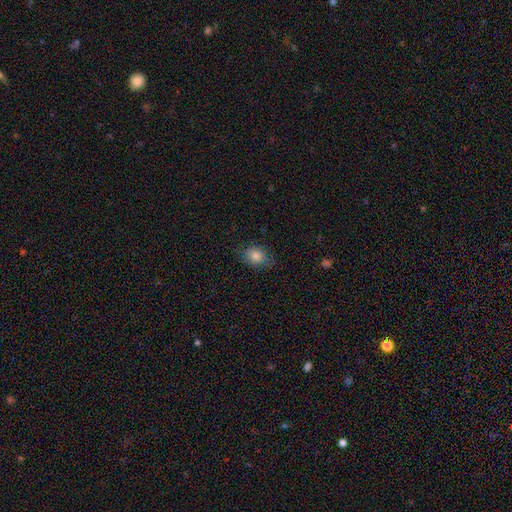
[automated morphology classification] Smooth or featured?
  - smooth: 80% *
  - star or artifact: 11%
  - featured or disk: 9%
How rounded?
  - in between: 55% *
  - round: 44%
  - cigar-shaped: 1%
Merging?
  - none: 76% *
  - minor disturbance: 19%
  - major disturbance: 4%
  - merger: 1%